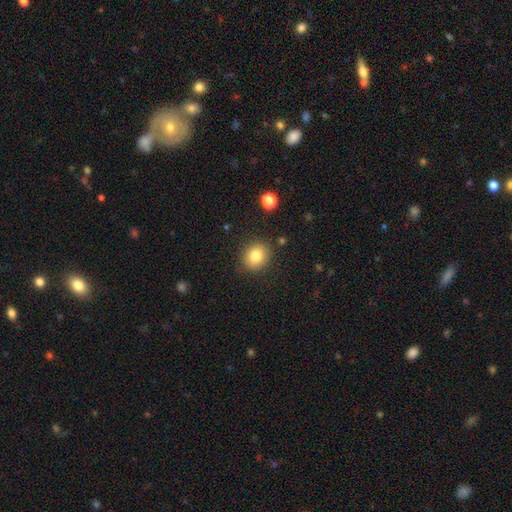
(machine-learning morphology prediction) The model was most divided on "how rounded": round: 69%, in between: 30%, cigar-shaped: 1%. More confident: merging — none (86%); smooth or featured — smooth (83%).